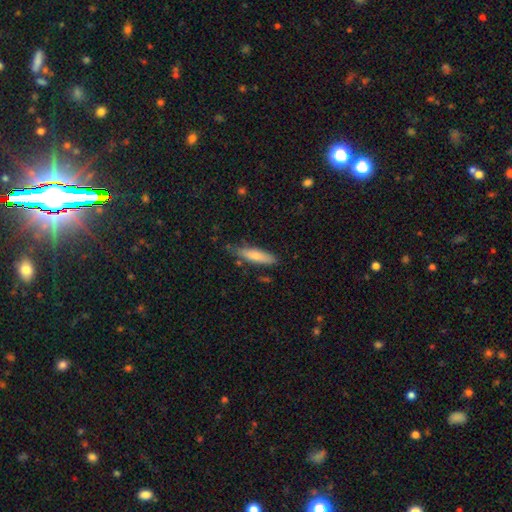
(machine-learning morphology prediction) type=smooth (76%); roundness=cigar-shaped (69%); merging=none (74%).